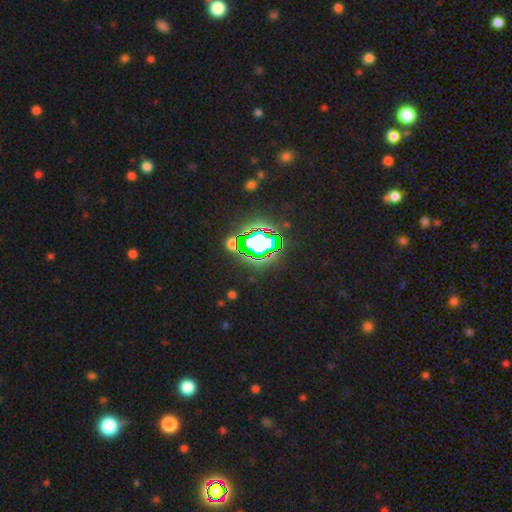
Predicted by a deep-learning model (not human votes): Smooth or featured?
  - star or artifact: 81% *
  - smooth: 11%
  - featured or disk: 8%